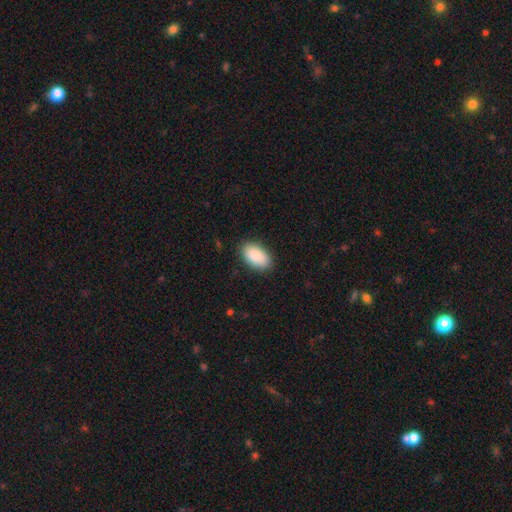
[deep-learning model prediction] Q: Smooth or featured?
A: smooth (90%); runner-up: star or artifact (6%)
Q: How rounded?
A: in between (94%); runner-up: round (4%)
Q: Merging?
A: none (87%); runner-up: minor disturbance (10%)